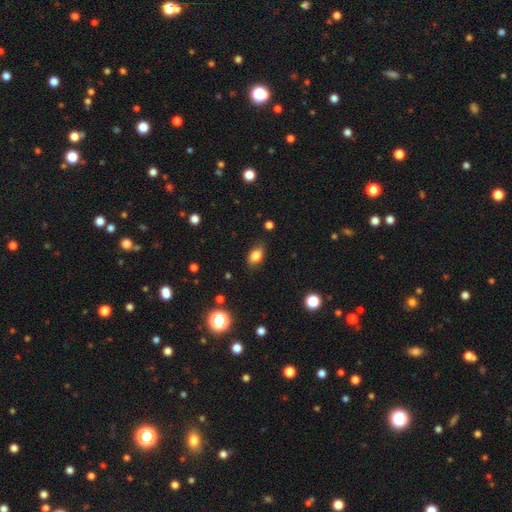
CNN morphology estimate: Smooth or featured? smooth (81%)
How rounded? in between (82%)
Merging? none (80%)